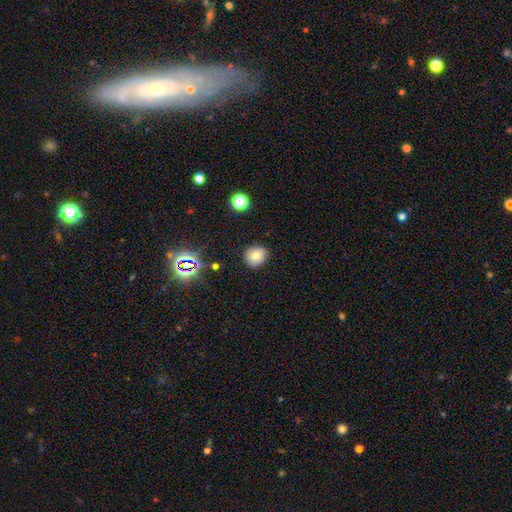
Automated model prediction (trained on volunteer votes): smooth 74%, star or artifact 15%, featured or disk 11%. Down the decision tree: how rounded — round (82%); merging — none (86%).